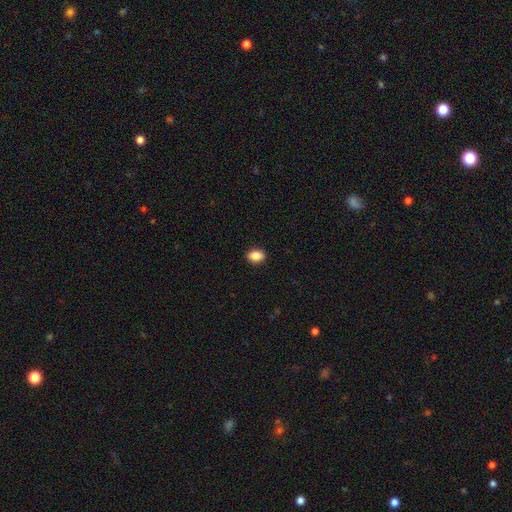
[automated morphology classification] Smooth or featured?
  - smooth: 87% *
  - star or artifact: 8%
  - featured or disk: 5%
How rounded?
  - in between: 71% *
  - round: 27%
  - cigar-shaped: 1%
Merging?
  - none: 90% *
  - minor disturbance: 7%
  - major disturbance: 2%
  - merger: 1%